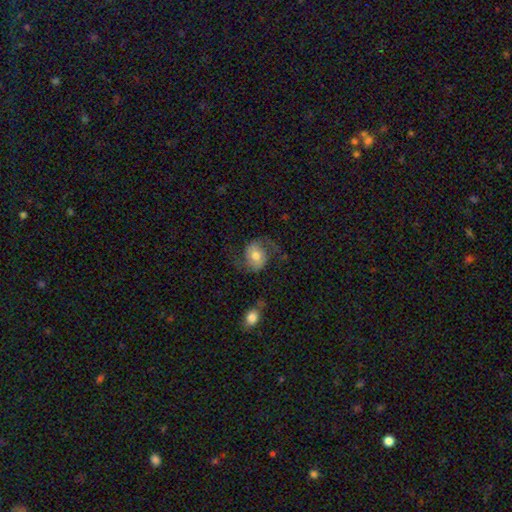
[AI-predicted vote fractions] A featured or disk galaxy (61%) with no bar (60%), 2 (91%) loose (53%) spiral arms (88%) and a moderate central bulge (67%).

Vote fractions:
- Smooth or featured? featured or disk: 61% / smooth: 31% / star or artifact: 8%
- Edge-on disk? no: 97% / yes: 3%
- Bar? no: 60% / weak: 30% / strong: 10%
- Spiral arms? yes: 88% / no: 12%
- Spiral winding? loose: 53% / medium: 37% / tight: 10%
- Spiral arm count? 2: 91% / can't tell: 4% / 1: 3% / 3: 1% / 4: 1% / more than 4: 1%
- Bulge size? moderate: 67% / small: 15% / large: 14% / dominant: 2% / none: 2%
- Merging? none: 64% / minor disturbance: 17% / major disturbance: 16% / merger: 2%